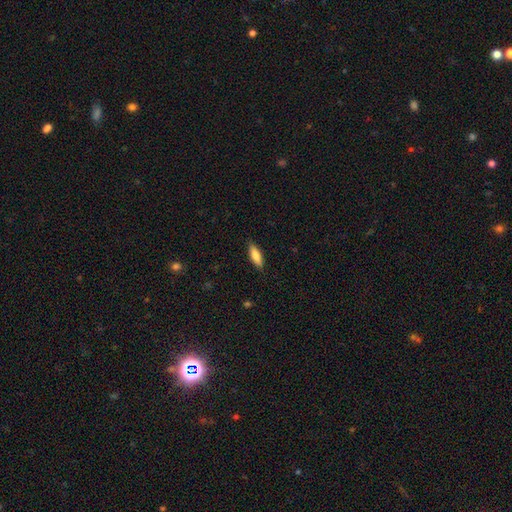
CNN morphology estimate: Smooth or featured?
  - smooth: 80% *
  - featured or disk: 14%
  - star or artifact: 6%
How rounded?
  - in between: 54% *
  - cigar-shaped: 44%
  - round: 2%
Merging?
  - none: 87% *
  - minor disturbance: 10%
  - major disturbance: 2%
  - merger: 1%